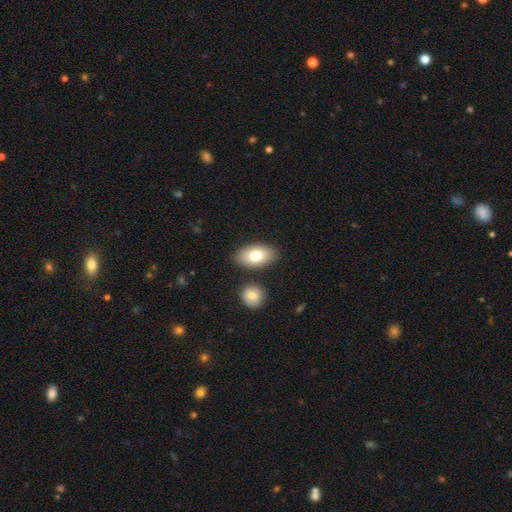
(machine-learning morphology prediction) smooth-or-featured: smooth: 76% | featured or disk: 17% | star or artifact: 7%
  how-rounded: in between: 93% | round: 5% | cigar-shaped: 2%
  merging: none: 82% | minor disturbance: 9% | merger: 6% | major disturbance: 2%